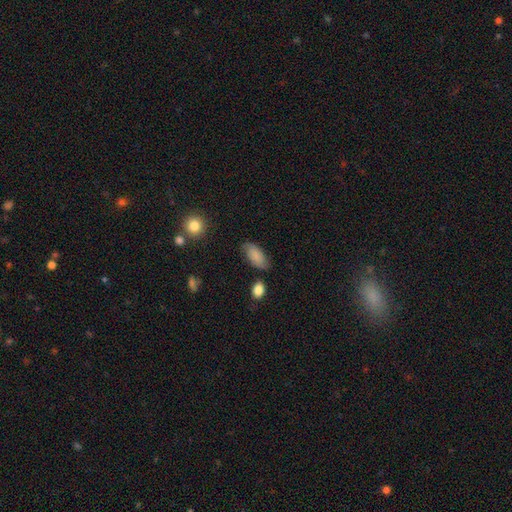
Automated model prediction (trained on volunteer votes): smooth 75%, featured or disk 17%, star or artifact 7%. Down the decision tree: how rounded — in between (92%); merging — none (72%).